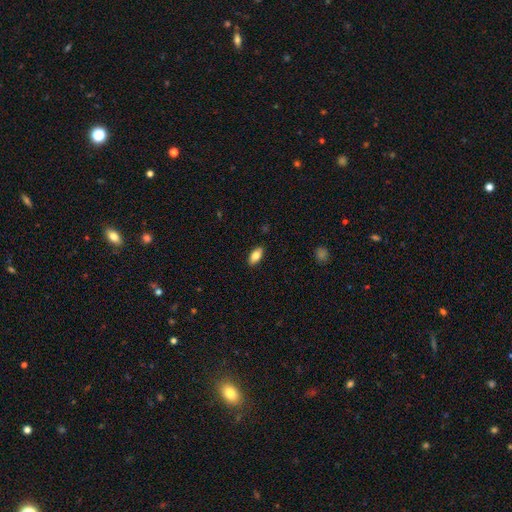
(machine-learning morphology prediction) Overall: smooth (79%). How rounded: in between (88%). Merging: none (89%).